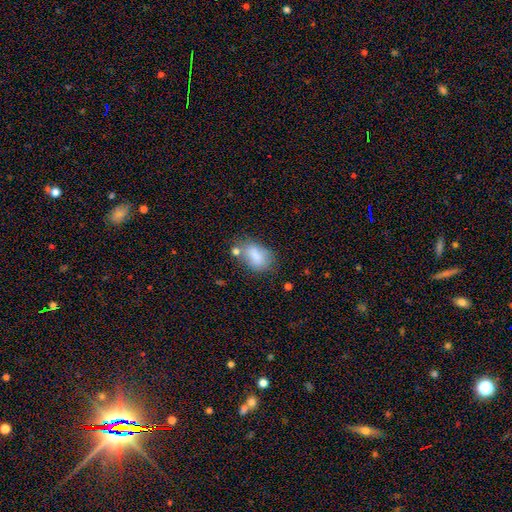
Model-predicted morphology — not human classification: Smooth or featured? Predicted: smooth (p=0.78). How rounded? Predicted: in between (p=0.85). Merging? Predicted: none (p=0.50).